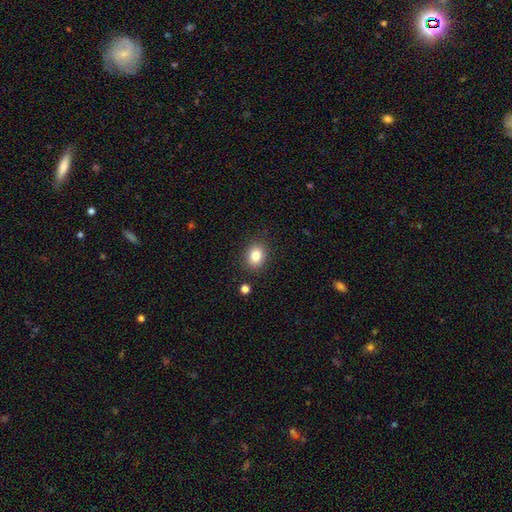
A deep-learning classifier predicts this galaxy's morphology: The model was most divided on "how rounded": round: 55%, in between: 45%, cigar-shaped: 1%. More confident: merging — none (87%); smooth or featured — smooth (83%).